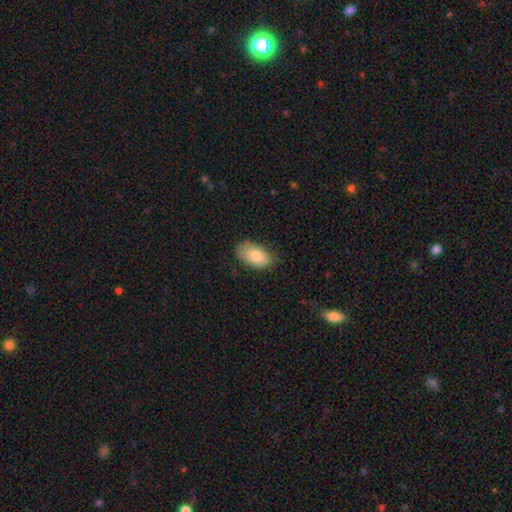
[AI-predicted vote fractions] Q: Smooth or featured?
A: smooth (79%); runner-up: featured or disk (14%)
Q: How rounded?
A: in between (93%); runner-up: round (5%)
Q: Merging?
A: none (76%); runner-up: minor disturbance (19%)